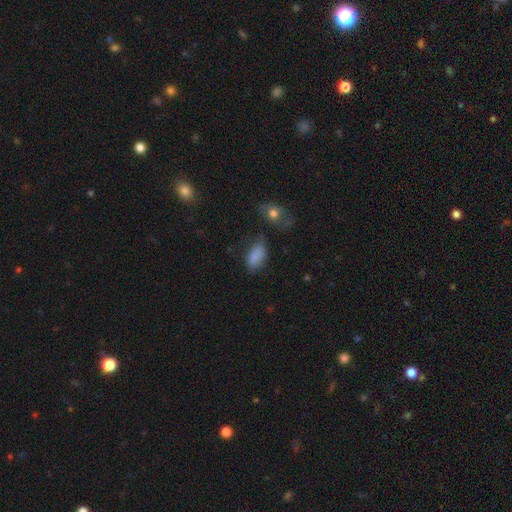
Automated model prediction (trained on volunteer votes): smooth-or-featured: smooth: 83% | star or artifact: 9% | featured or disk: 7%
  how-rounded: in between: 92% | round: 5% | cigar-shaped: 3%
  merging: none: 61% | minor disturbance: 24% | major disturbance: 8% | merger: 7%